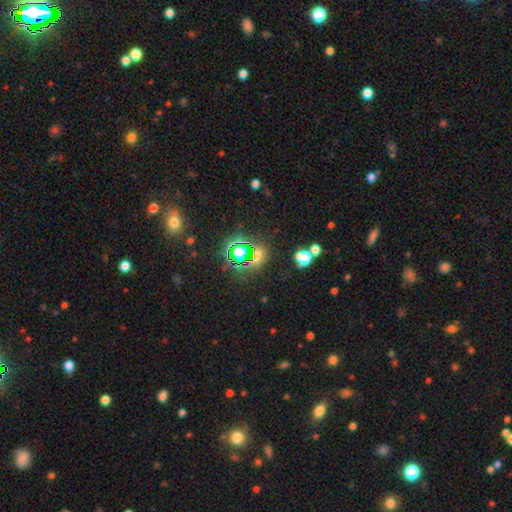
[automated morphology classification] Smooth or featured? star or artifact (66%)